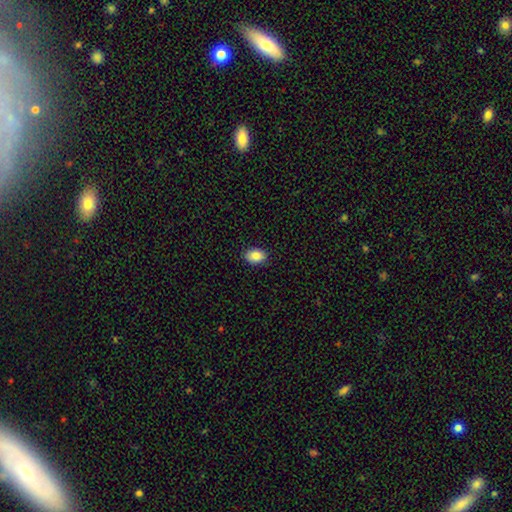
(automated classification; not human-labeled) Smooth or featured: smooth — 87% (star or artifact — 8%)
How rounded: in between — 81% (round — 17%)
Merging: none — 89% (minor disturbance — 9%)